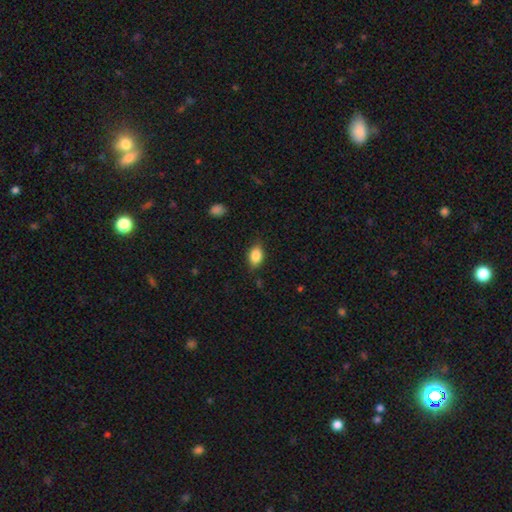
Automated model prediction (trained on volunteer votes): smooth-or-featured: smooth: 84% | featured or disk: 8% | star or artifact: 8%
  how-rounded: in between: 85% | round: 13% | cigar-shaped: 3%
  merging: none: 80% | minor disturbance: 16% | major disturbance: 3% | merger: 1%